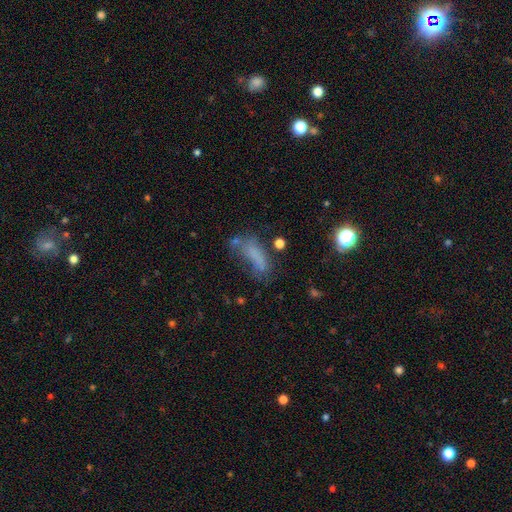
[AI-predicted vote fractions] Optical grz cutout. It shows a smooth galaxy with no disk features (59%) that is in between round and cigar-shaped (65%). Merging: none (36%).